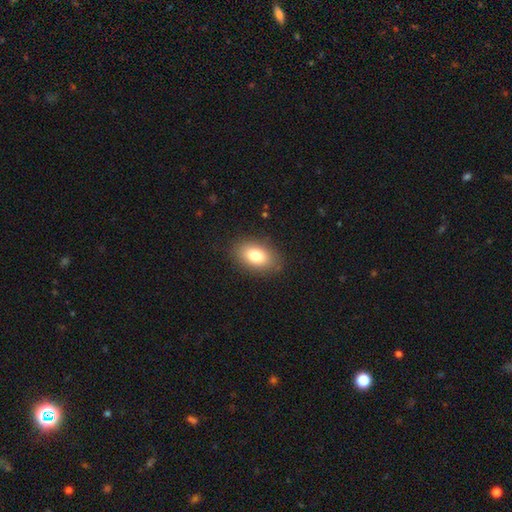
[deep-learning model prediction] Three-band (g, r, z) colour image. It shows a smooth galaxy with no disk features (81%) that is in between round and cigar-shaped (89%). Merging: none (86%).